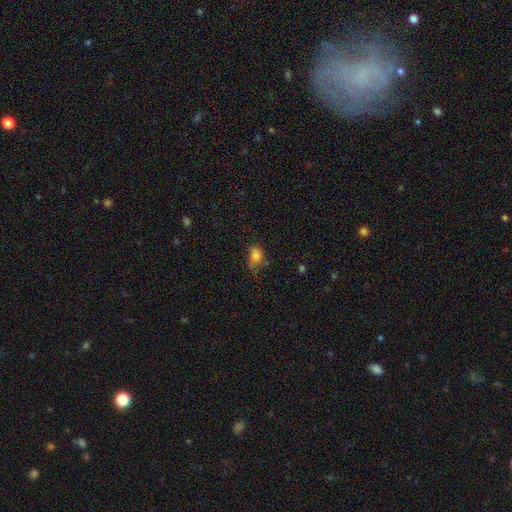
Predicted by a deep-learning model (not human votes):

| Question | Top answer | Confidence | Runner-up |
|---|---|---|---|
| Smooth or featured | smooth | 79% | star or artifact (12%) |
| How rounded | in between | 67% | round (32%) |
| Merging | none | 50% | minor disturbance (33%) |